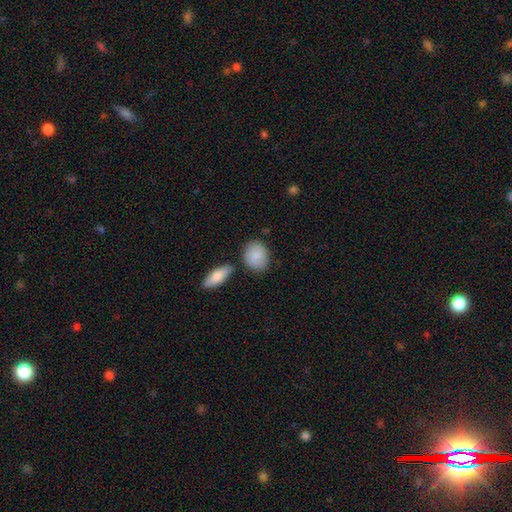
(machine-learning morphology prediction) Smooth or featured? Predicted: smooth (p=0.87). How rounded? Predicted: in between (p=0.50). Merging? Predicted: none (p=0.75).